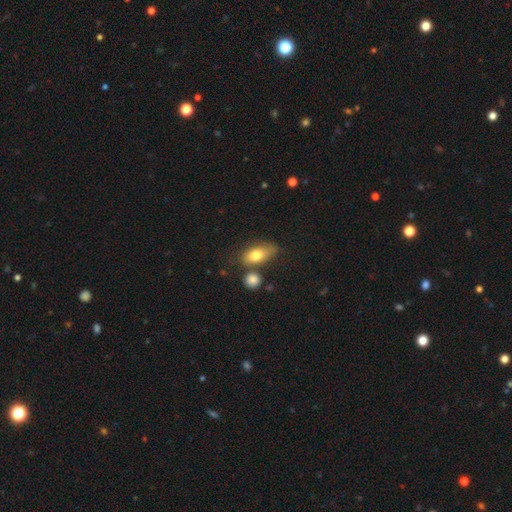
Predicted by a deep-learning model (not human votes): A smooth galaxy with no disk features (75%) that is in between round and cigar-shaped (83%). Merging: none (57%).